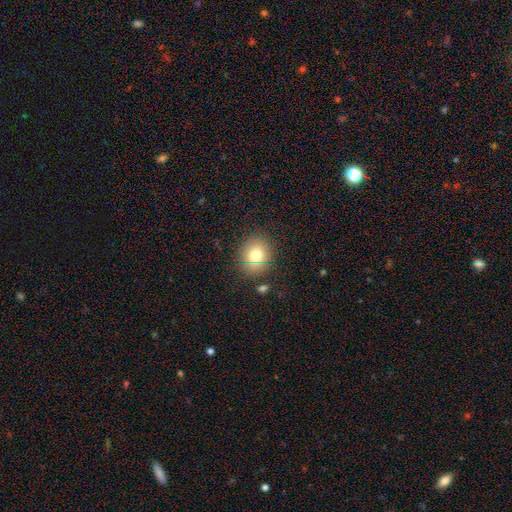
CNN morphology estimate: type=smooth (76%); roundness=round (73%); merging=none (84%).